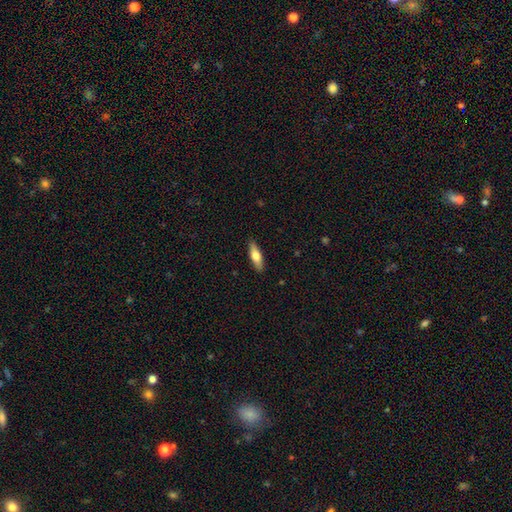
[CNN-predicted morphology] This appears to be a smooth galaxy with no disk features (66%) that is cigar-shaped (52%). Merging: none (89%).